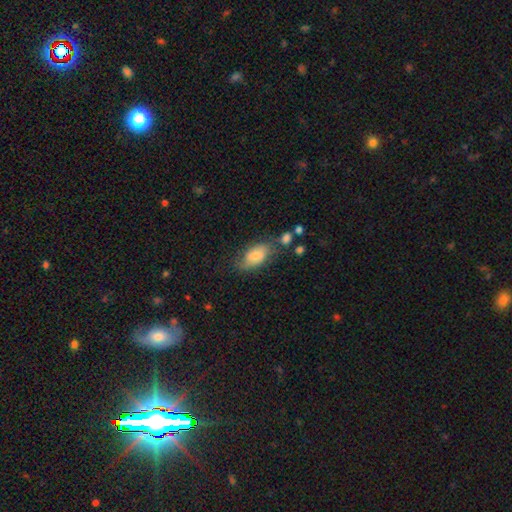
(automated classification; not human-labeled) smooth_or_featured: smooth (p=0.74) [alt: featured or disk p=0.19]
how_rounded: in between (p=0.91) [alt: round p=0.05]
merging: none (p=0.53) [alt: minor disturbance p=0.28]